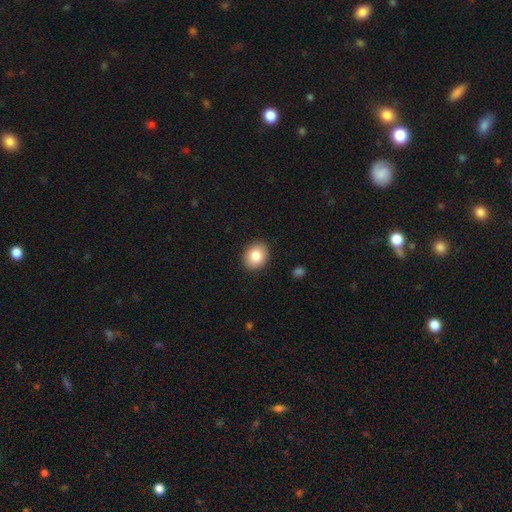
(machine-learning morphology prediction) smooth 84%, star or artifact 8%, featured or disk 8%. Down the decision tree: how rounded — round (54%); merging — none (90%).